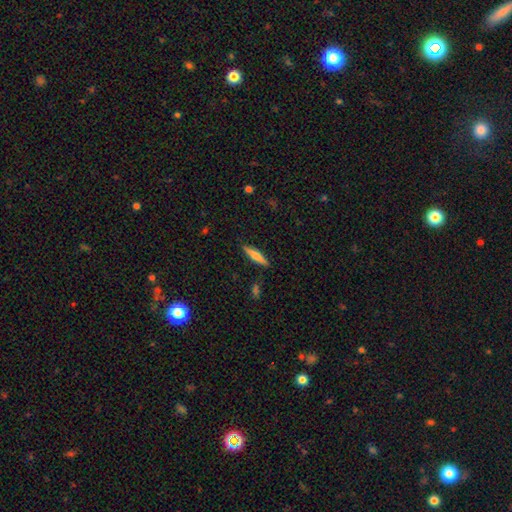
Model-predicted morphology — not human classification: A smooth galaxy with no disk features (57%) that is cigar-shaped (81%). Merging: none (88%).